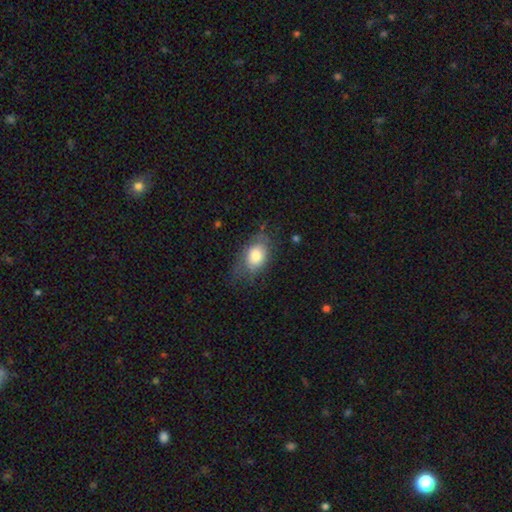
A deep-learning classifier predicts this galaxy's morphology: smooth_or_featured: smooth (p=0.70) [alt: featured or disk p=0.22]
how_rounded: in between (p=0.84) [alt: round p=0.15]
merging: none (p=0.52) [alt: minor disturbance p=0.29]